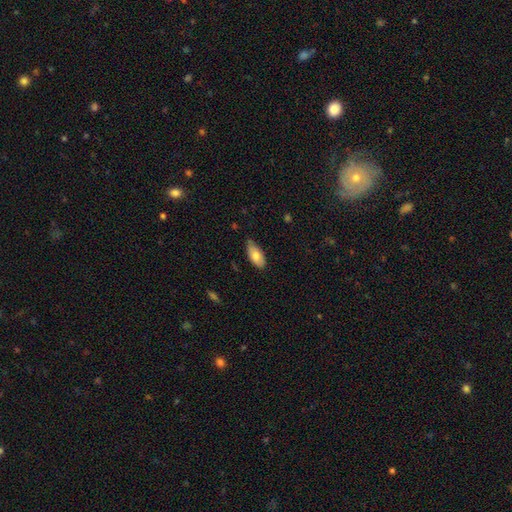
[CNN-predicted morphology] Smooth or featured?
  - smooth: 77% *
  - featured or disk: 17%
  - star or artifact: 6%
How rounded?
  - in between: 91% *
  - cigar-shaped: 7%
  - round: 2%
Merging?
  - none: 72% *
  - minor disturbance: 23%
  - major disturbance: 3%
  - merger: 1%